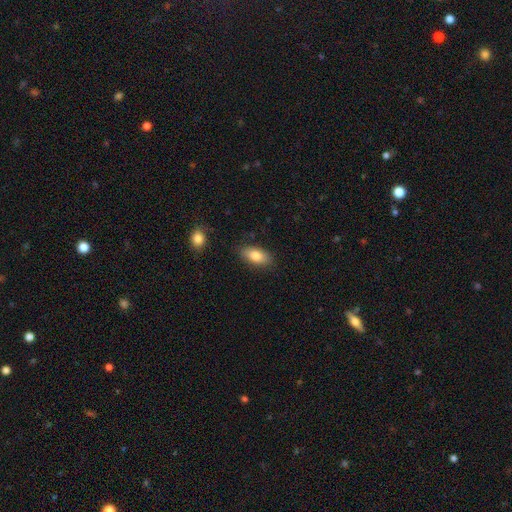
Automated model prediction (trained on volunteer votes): This is clearly a smooth galaxy (82%). How rounded: clearly in between (90%). Merging: clearly none (85%).